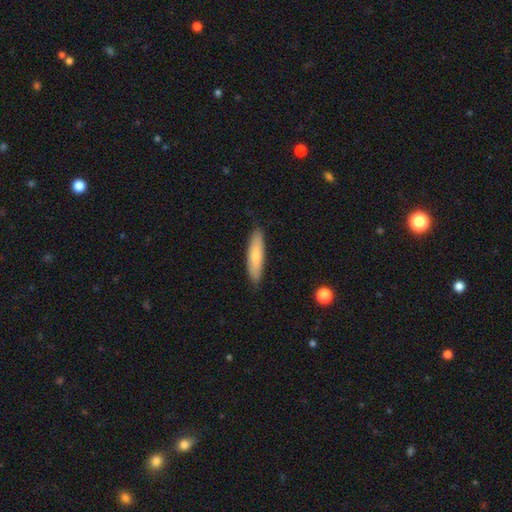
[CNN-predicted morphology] Smooth or featured? smooth (73%)
How rounded? cigar-shaped (74%)
Merging? none (87%)